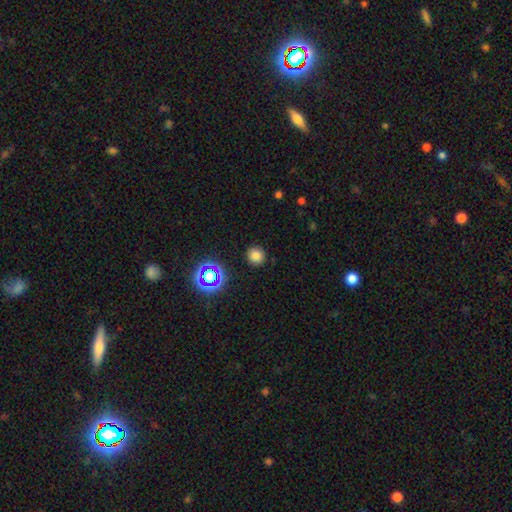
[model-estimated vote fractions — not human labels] This is likely a smooth galaxy (75%). How rounded: clearly round (93%). Merging: clearly none (89%).